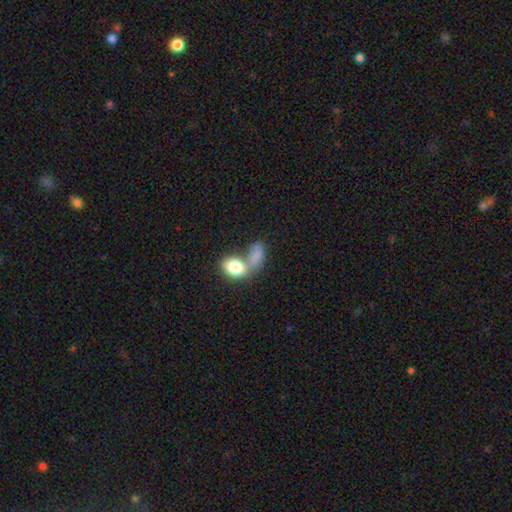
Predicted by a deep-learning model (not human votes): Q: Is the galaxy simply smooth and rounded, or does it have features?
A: smooth — 80%.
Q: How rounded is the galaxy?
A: in between — 81%.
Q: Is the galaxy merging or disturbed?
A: merger — 58%.